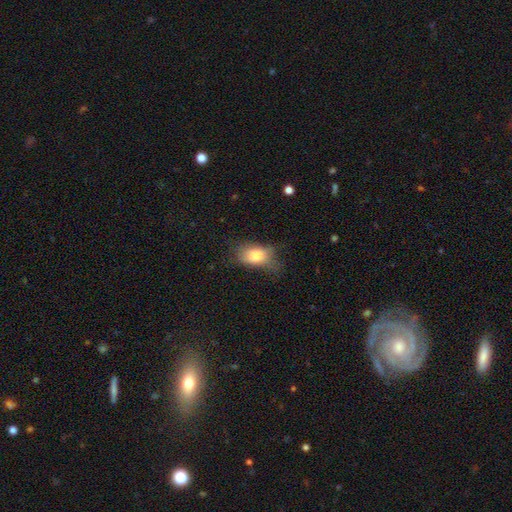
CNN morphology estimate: smooth-or-featured: smooth: 75% | featured or disk: 16% | star or artifact: 9%
  how-rounded: in between: 87% | round: 10% | cigar-shaped: 3%
  merging: none: 40% | minor disturbance: 34% | major disturbance: 24% | merger: 2%